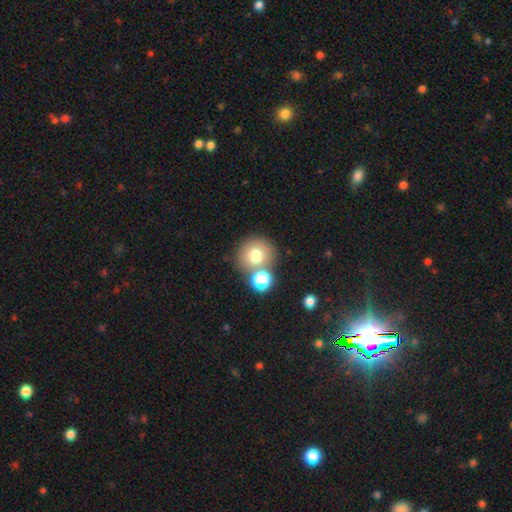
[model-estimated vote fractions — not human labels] A smooth galaxy with no disk features (73%) that is round (89%). Merging: none (66%).